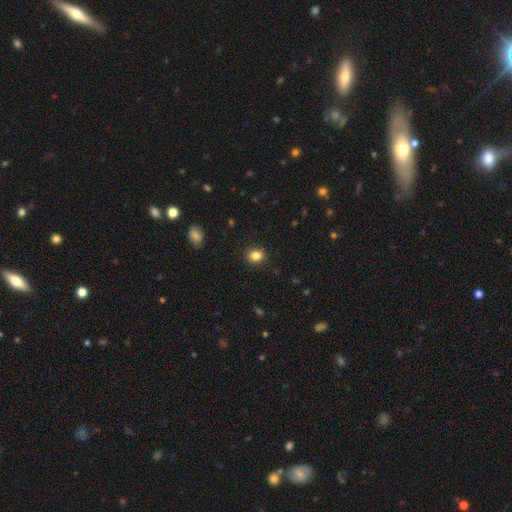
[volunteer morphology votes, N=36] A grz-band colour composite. It shows a smooth galaxy with no disk features (92%) that is round (73%). Merging: none (86%).